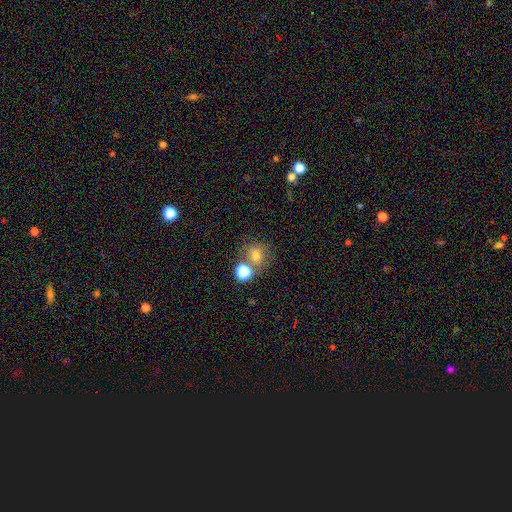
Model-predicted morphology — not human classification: Smooth or featured? smooth (72%)
How rounded? round (79%)
Merging? none (58%)